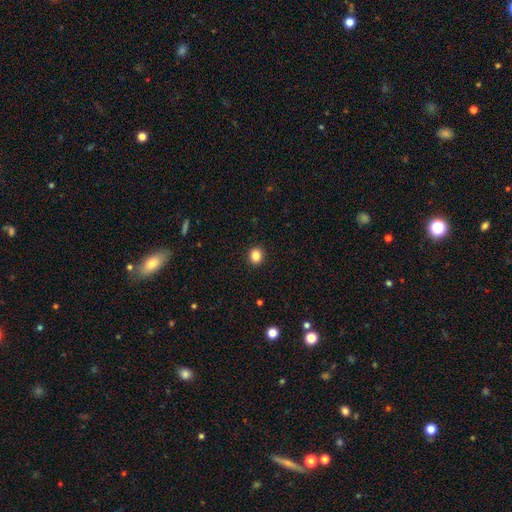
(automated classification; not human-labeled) Smooth or featured: smooth — 85% (star or artifact — 11%)
How rounded: round — 80% (in between — 19%)
Merging: none — 92% (minor disturbance — 5%)